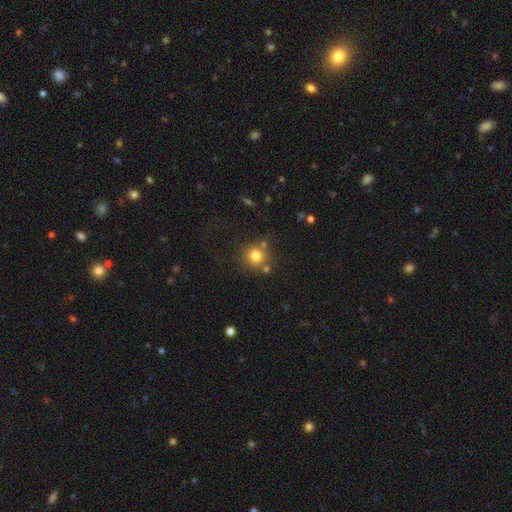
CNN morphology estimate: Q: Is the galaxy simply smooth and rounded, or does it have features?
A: smooth — 78%.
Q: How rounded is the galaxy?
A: round — 92%.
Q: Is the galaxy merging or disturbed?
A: none — 74%.